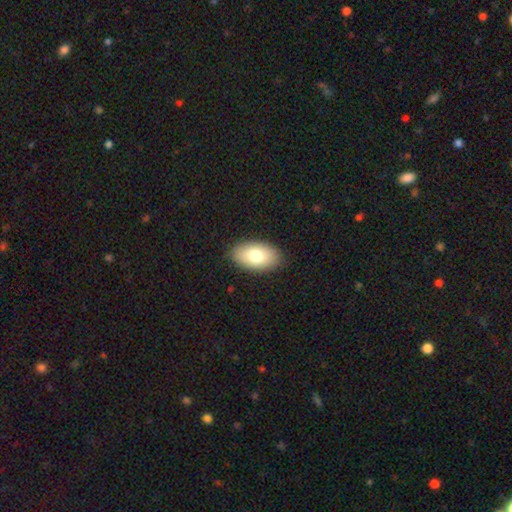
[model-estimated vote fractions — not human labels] Q: Smooth or featured?
A: smooth (79%); runner-up: featured or disk (14%)
Q: How rounded?
A: in between (94%); runner-up: round (4%)
Q: Merging?
A: none (87%); runner-up: minor disturbance (10%)